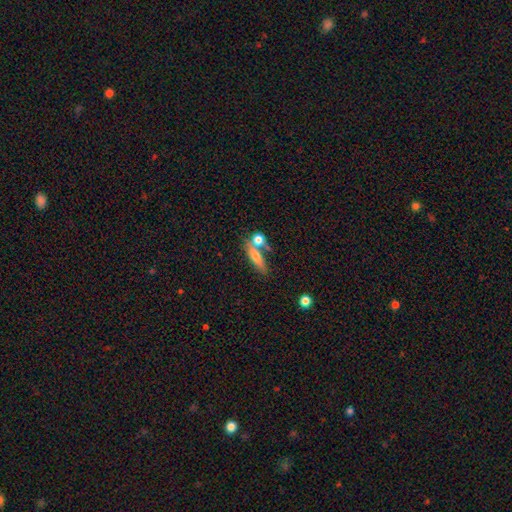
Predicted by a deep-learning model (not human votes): Overall: smooth (65%; featured or disk 27%). How rounded: cigar-shaped (51%; in between 40%). Merging: none (48%; merger 33%).